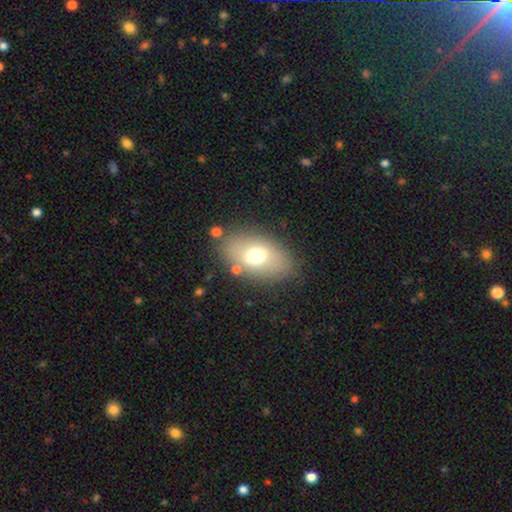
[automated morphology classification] A smooth galaxy with no disk features (66%) that is in between round and cigar-shaped (83%). Merging: none (80%).